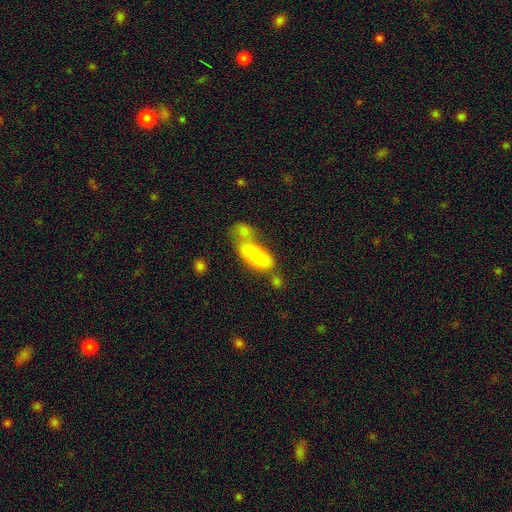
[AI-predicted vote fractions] Morphology: type=smooth (76%); roundness=in between (81%); merging=merger (44%).